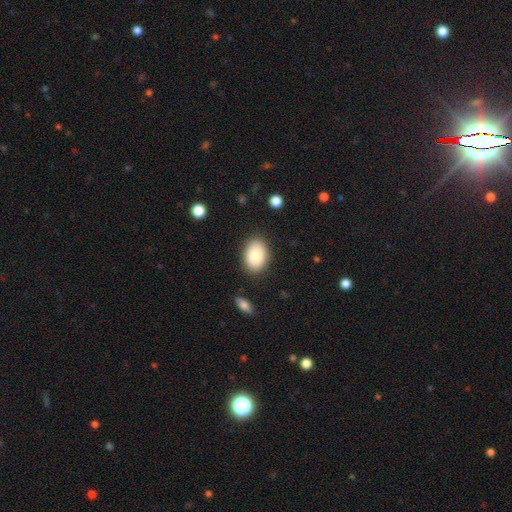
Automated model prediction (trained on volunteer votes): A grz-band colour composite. It shows a smooth galaxy with no disk features (86%) that is in between round and cigar-shaped (84%). Merging: none (86%).